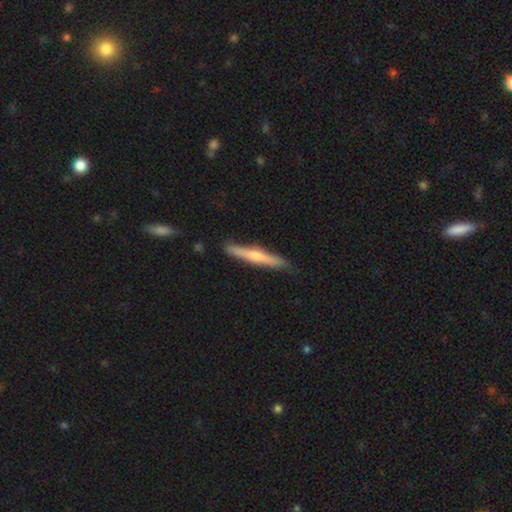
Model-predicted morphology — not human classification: smooth-or-featured: featured or disk: 59% | smooth: 35% | star or artifact: 6%
  disk-edge-on: yes: 96% | no: 4%
    edge-on-bulge: rounded: 78% | none: 17% | boxy: 5%
  merging: none: 87% | minor disturbance: 9% | merger: 2% | major disturbance: 2%